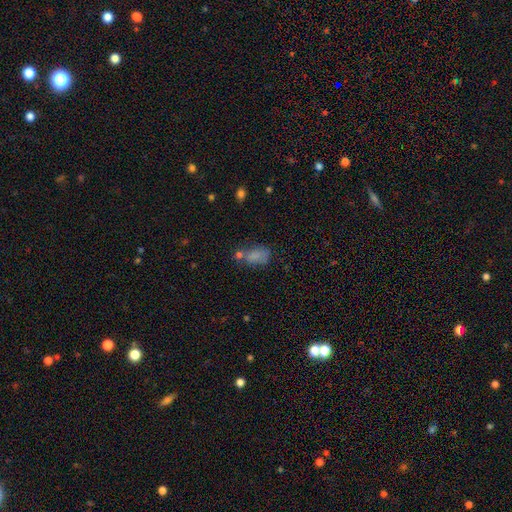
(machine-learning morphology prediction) smooth_or_featured: smooth (p=0.75) [alt: star or artifact p=0.14]
how_rounded: in between (p=0.85) [alt: round p=0.11]
merging: none (p=0.41) [alt: merger p=0.24]